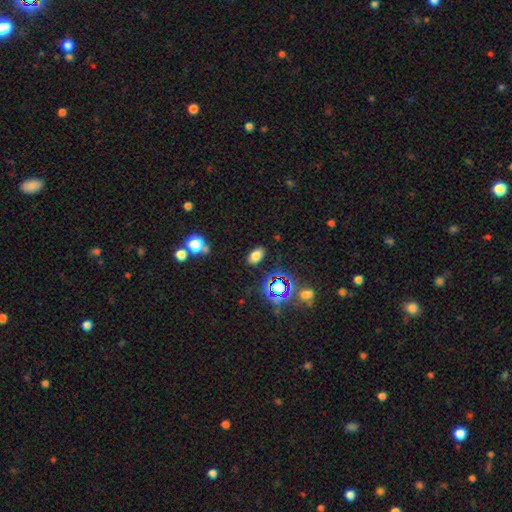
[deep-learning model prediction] smooth 74%, star or artifact 19%, featured or disk 7%. Down the decision tree: how rounded — in between (88%); merging — none (85%).